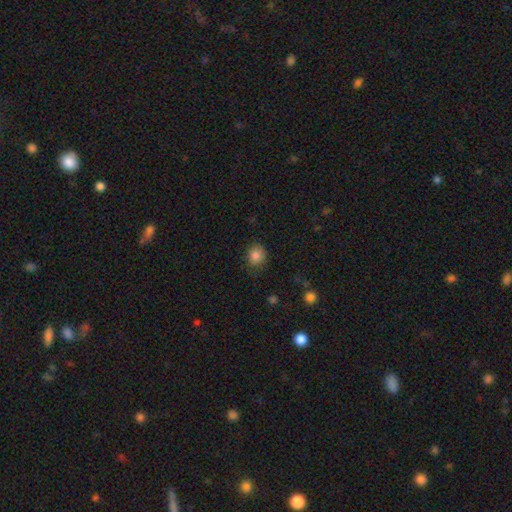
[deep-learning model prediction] Smooth or featured? Predicted: smooth (p=0.84). How rounded? Predicted: round (p=0.71). Merging? Predicted: none (p=0.76).